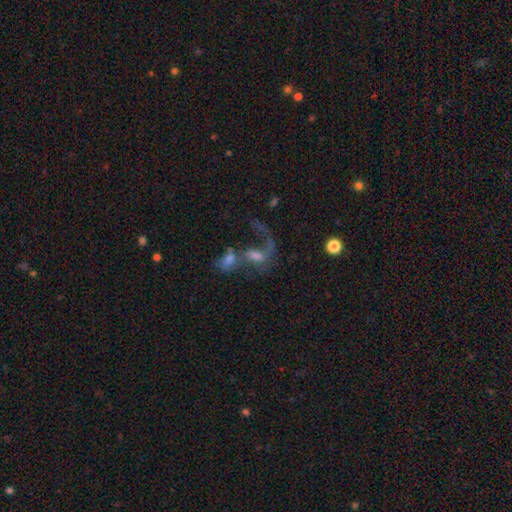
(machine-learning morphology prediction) Overall: featured or disk (50%; smooth 33%). Merging: merger (64%).